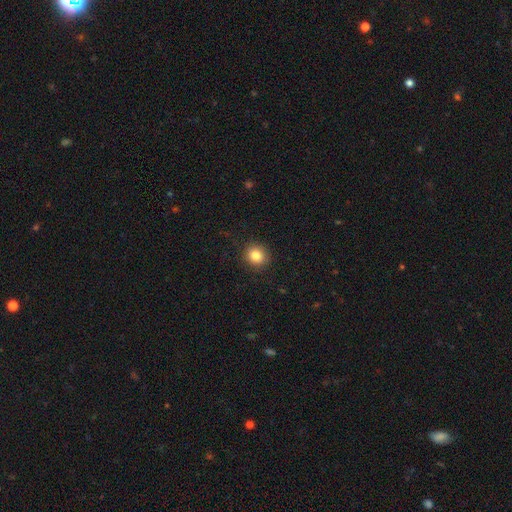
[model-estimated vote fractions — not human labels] A smooth galaxy with no disk features (84%) that is round (86%).

Vote fractions:
- Smooth or featured? smooth: 84% / star or artifact: 10% / featured or disk: 5%
- How rounded? round: 86% / in between: 13% / cigar-shaped: 1%
- Merging? none: 90% / minor disturbance: 7% / major disturbance: 2% / merger: 1%